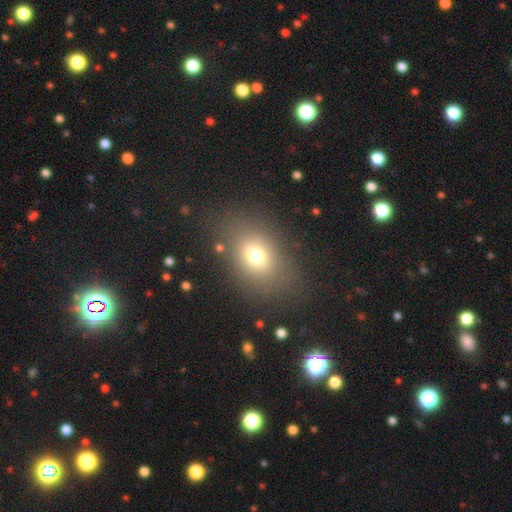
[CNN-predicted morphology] Smooth or featured? Predicted: smooth (p=0.71). How rounded? Predicted: in between (p=0.70). Merging? Predicted: none (p=0.78).